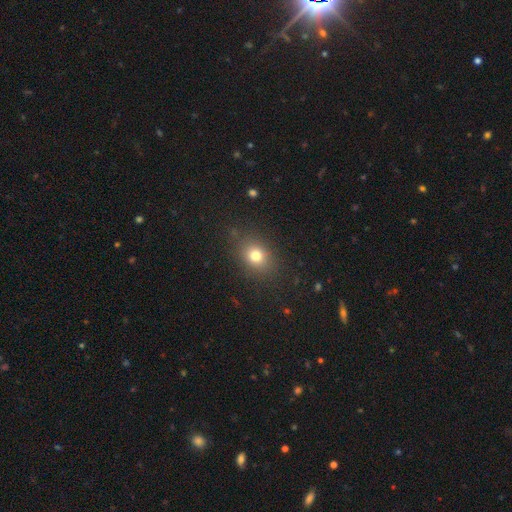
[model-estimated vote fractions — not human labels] A smooth galaxy with no disk features (77%) that is in between round and cigar-shaped (49%, tied with round).

Vote fractions:
- Smooth or featured? smooth: 77% / star or artifact: 14% / featured or disk: 9%
- How rounded? in between: 49% (tied) / round: 49% (tied) / cigar-shaped: 1%
- Merging? none: 85% / minor disturbance: 10% / major disturbance: 4% / merger: 1%